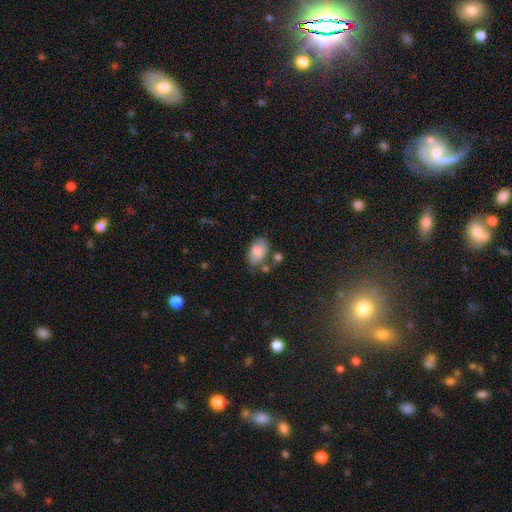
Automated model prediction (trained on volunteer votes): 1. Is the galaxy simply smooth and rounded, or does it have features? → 77% smooth, 15% featured or disk, 8% star or artifact.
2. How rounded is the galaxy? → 91% in between, 8% round, 1% cigar-shaped.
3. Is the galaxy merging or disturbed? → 62% none, 22% minor disturbance, 10% merger, 6% major disturbance.